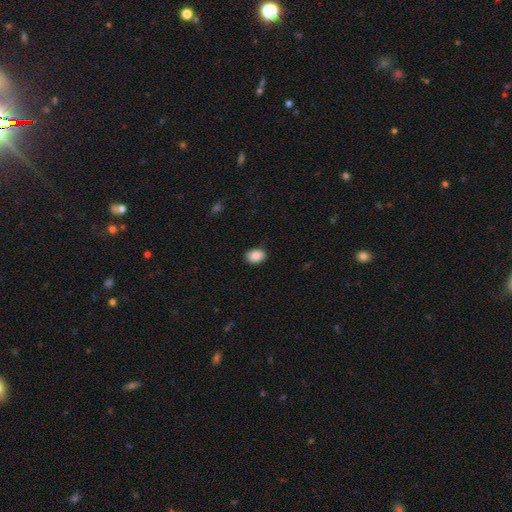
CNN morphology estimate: This is clearly a smooth galaxy (89%). How rounded: likely in between (66%). Merging: clearly none (84%).